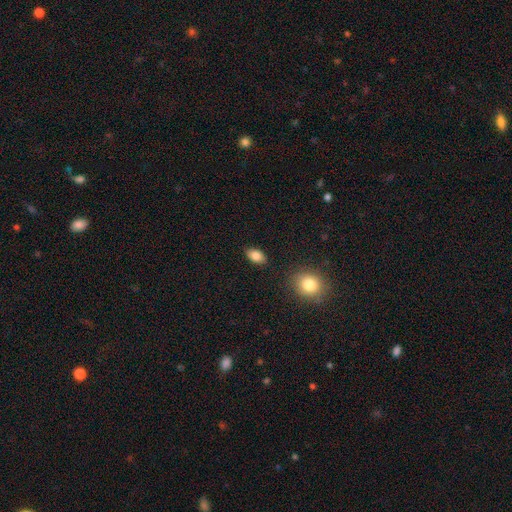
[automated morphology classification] Smooth or featured? smooth (84%)
How rounded? in between (90%)
Merging? none (86%)